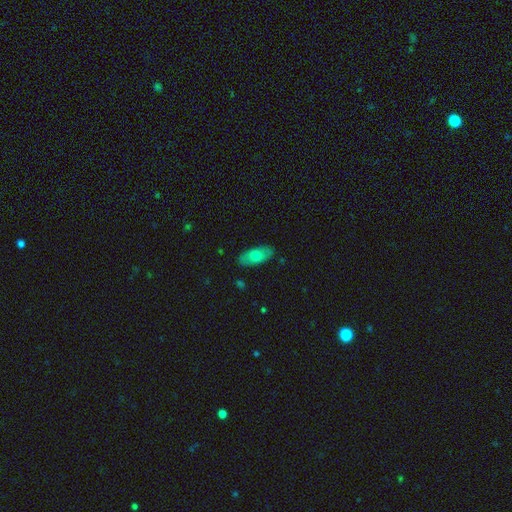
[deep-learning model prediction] smooth_or_featured: smooth (p=0.68) [alt: featured or disk p=0.26]
how_rounded: in between (p=0.89) [alt: cigar-shaped p=0.08]
merging: none (p=0.85) [alt: minor disturbance p=0.11]